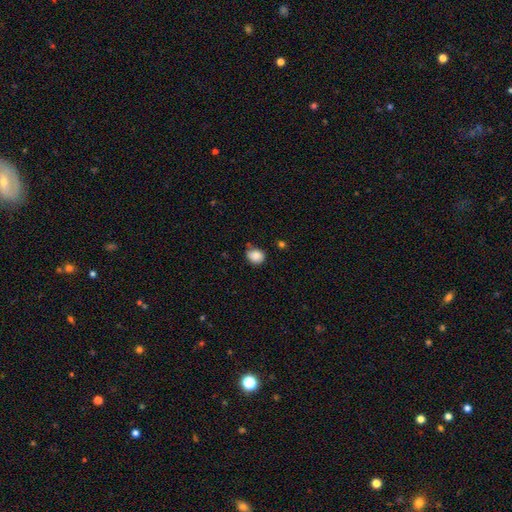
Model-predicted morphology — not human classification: Smooth or featured?
  - smooth: 86% *
  - star or artifact: 9%
  - featured or disk: 5%
How rounded?
  - round: 65% *
  - in between: 34%
  - cigar-shaped: 1%
Merging?
  - none: 62% *
  - minor disturbance: 27%
  - major disturbance: 5%
  - merger: 5%